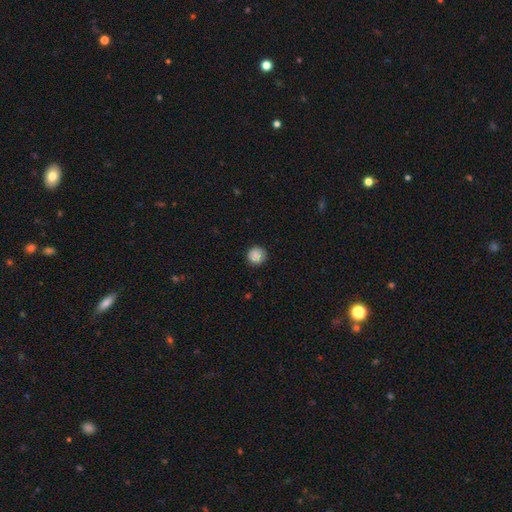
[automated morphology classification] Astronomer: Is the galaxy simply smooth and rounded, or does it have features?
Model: smooth — 87%.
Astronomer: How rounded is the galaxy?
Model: round — 94%.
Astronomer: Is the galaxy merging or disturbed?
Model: none — 90%.